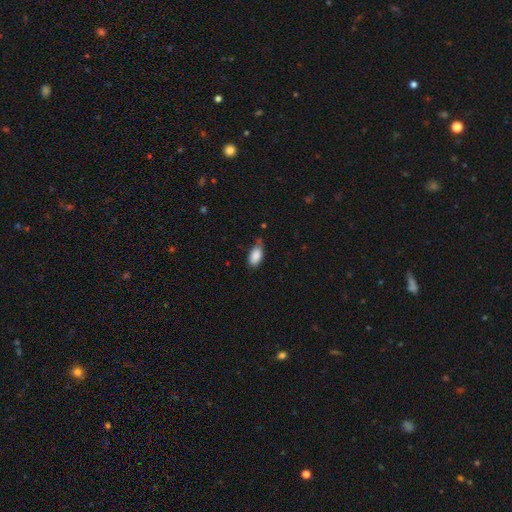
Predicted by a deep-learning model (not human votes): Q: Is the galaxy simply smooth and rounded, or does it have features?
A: smooth — 87%.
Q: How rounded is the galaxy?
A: in between — 92%.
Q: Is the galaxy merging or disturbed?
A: none — 49%.